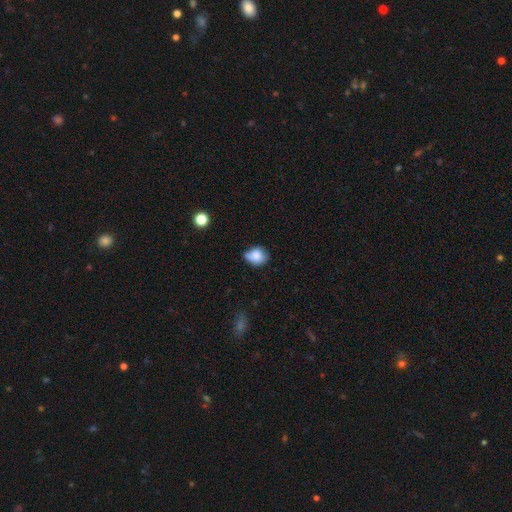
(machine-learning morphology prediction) This appears to be a smooth galaxy with no disk features (80%) that is round (54%). Merging: none (44%).